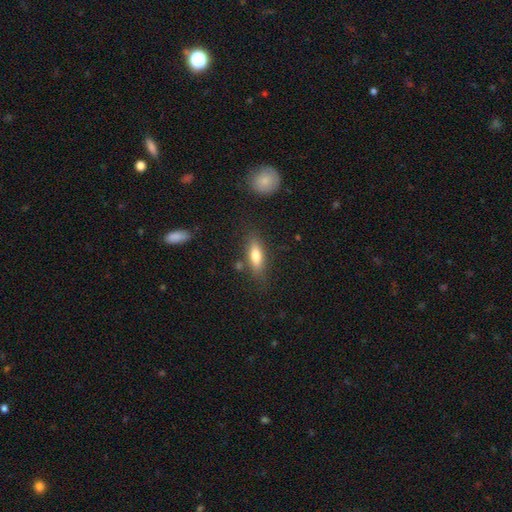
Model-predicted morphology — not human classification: smooth 71%, featured or disk 21%, star or artifact 7%. Down the decision tree: how rounded — in between (63%); merging — none (77%).